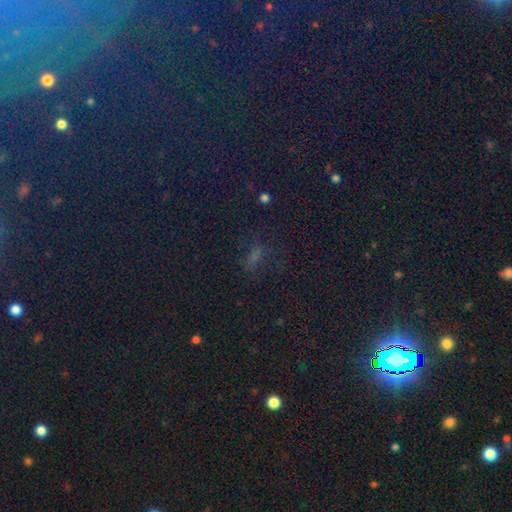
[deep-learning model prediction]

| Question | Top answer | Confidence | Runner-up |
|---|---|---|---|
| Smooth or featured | star or artifact | 51% | smooth (38%) |